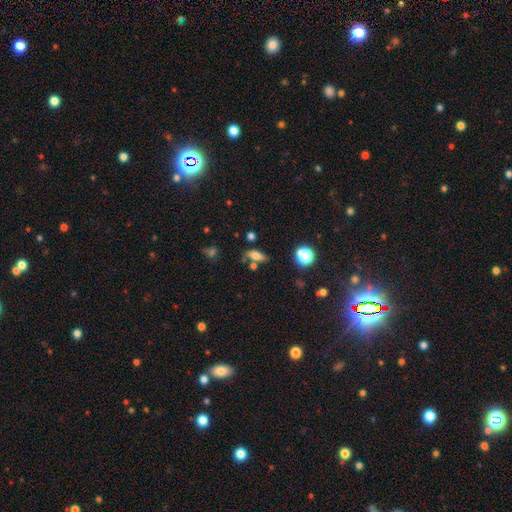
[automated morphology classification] Smooth or featured?
  - smooth: 67% *
  - featured or disk: 21%
  - star or artifact: 12%
How rounded?
  - in between: 67% *
  - cigar-shaped: 28%
  - round: 6%
Merging?
  - none: 71% *
  - minor disturbance: 14%
  - merger: 11%
  - major disturbance: 4%